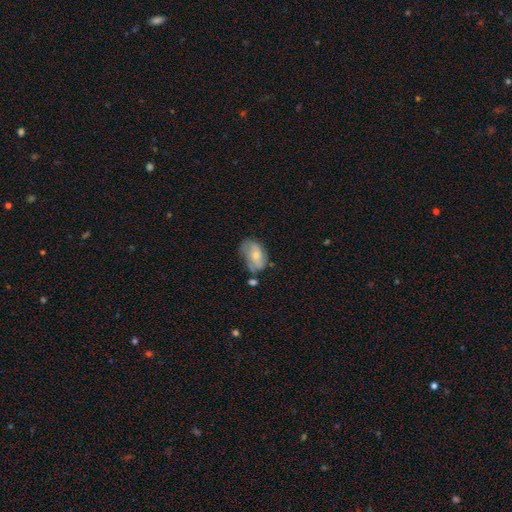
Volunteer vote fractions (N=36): smooth-or-featured: smooth: 56% | featured or disk: 42% | star or artifact: 3%
  how-rounded: in between: 90% | round: 10% | cigar-shaped: 0%
  merging: none: 34% | major disturbance: 26% | minor disturbance: 23% | merger: 17%